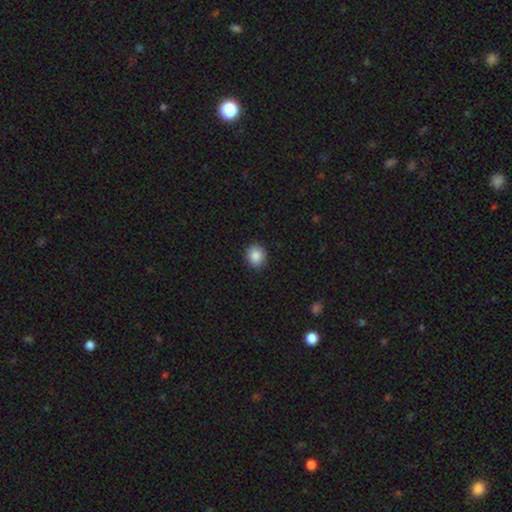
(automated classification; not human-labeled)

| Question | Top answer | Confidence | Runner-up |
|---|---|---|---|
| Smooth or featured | smooth | 87% | star or artifact (9%) |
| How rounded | round | 83% | in between (16%) |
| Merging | none | 90% | minor disturbance (8%) |